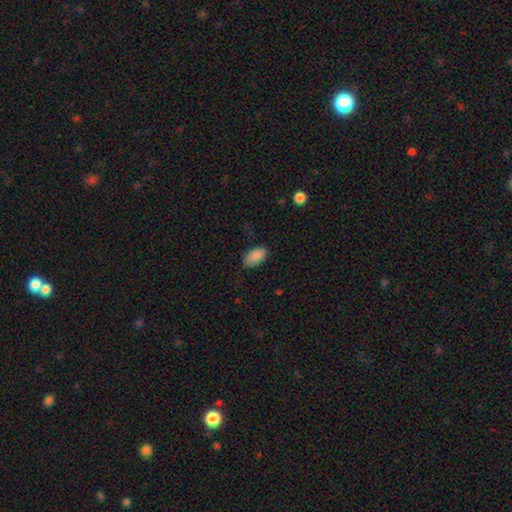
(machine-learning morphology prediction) Overall: smooth (88%). How rounded: in between (94%). Merging: none (74%).